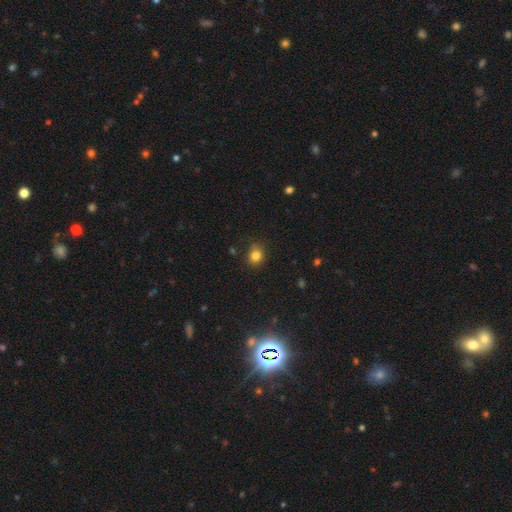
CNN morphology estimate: A smooth galaxy with no disk features (81%) that is round (73%). Merging: none (80%).